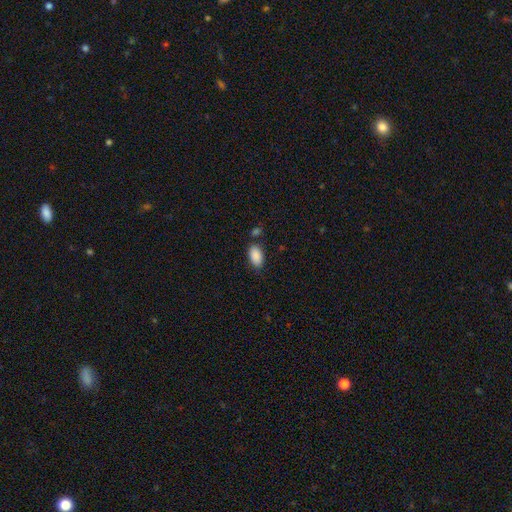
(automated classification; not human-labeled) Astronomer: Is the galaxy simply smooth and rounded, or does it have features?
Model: smooth — 89%.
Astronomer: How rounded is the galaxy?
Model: in between — 94%.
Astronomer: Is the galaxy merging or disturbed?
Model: none — 77%.